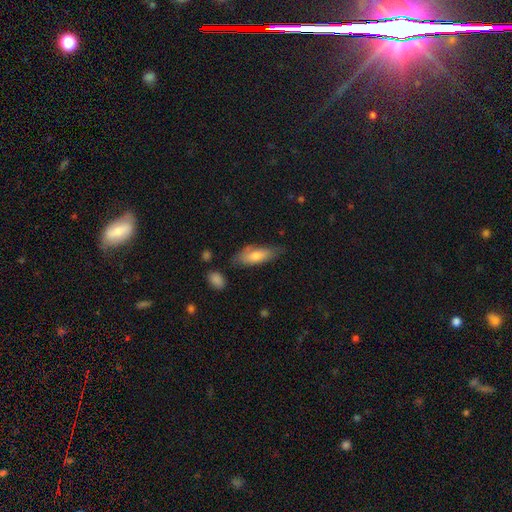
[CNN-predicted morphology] Smooth or featured? Predicted: smooth (p=0.72). How rounded? Predicted: in between (p=0.69). Merging? Predicted: none (p=0.61).